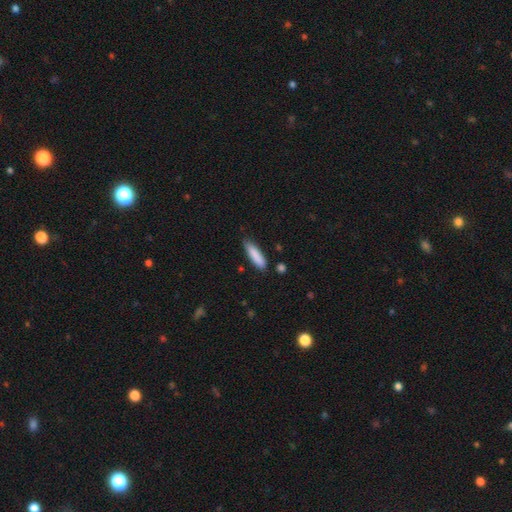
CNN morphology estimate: Q: Smooth or featured?
A: smooth (87%); runner-up: featured or disk (7%)
Q: How rounded?
A: cigar-shaped (68%); runner-up: in between (31%)
Q: Merging?
A: none (81%); runner-up: minor disturbance (15%)